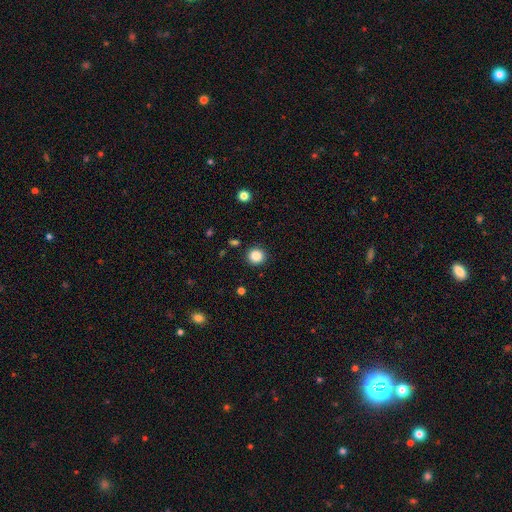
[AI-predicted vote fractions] This is clearly a smooth galaxy (86%). How rounded: clearly round (93%). Merging: clearly none (91%).